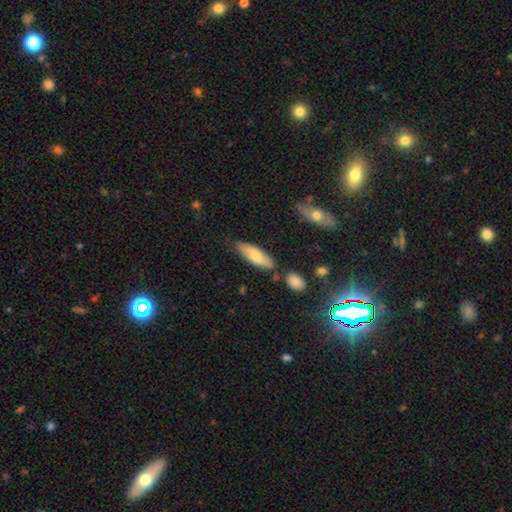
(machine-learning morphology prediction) smooth-or-featured: smooth: 74% | featured or disk: 21% | star or artifact: 6%
  how-rounded: in between: 55% | cigar-shaped: 43% | round: 2%
  merging: none: 73% | minor disturbance: 16% | merger: 8% | major disturbance: 3%